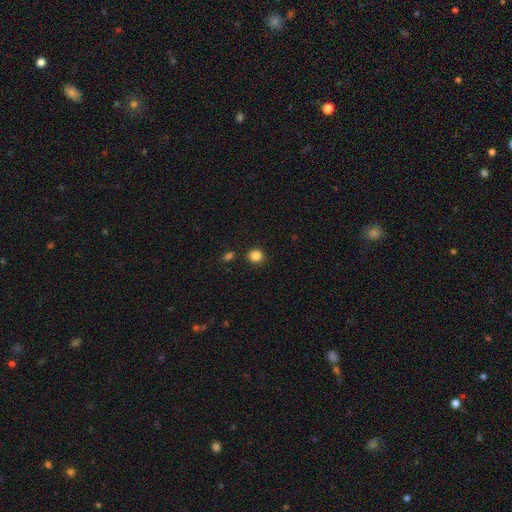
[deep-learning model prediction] Smooth or featured? Predicted: smooth (p=0.85). How rounded? Predicted: round (p=0.88). Merging? Predicted: none (p=0.88).